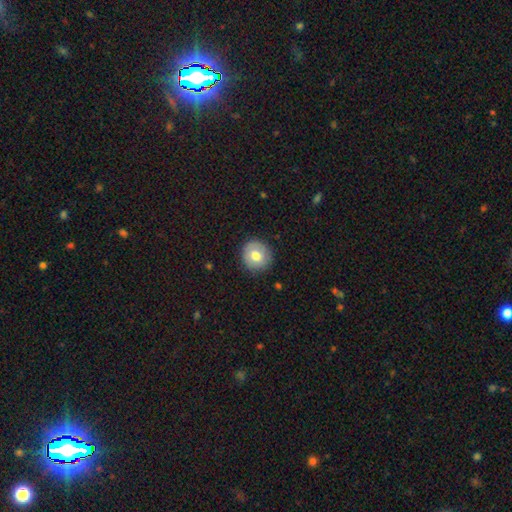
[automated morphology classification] Smooth or featured?
  - smooth: 75% *
  - featured or disk: 17%
  - star or artifact: 8%
How rounded?
  - round: 90% *
  - in between: 9%
  - cigar-shaped: 1%
Merging?
  - none: 87% *
  - minor disturbance: 10%
  - major disturbance: 2%
  - merger: 1%